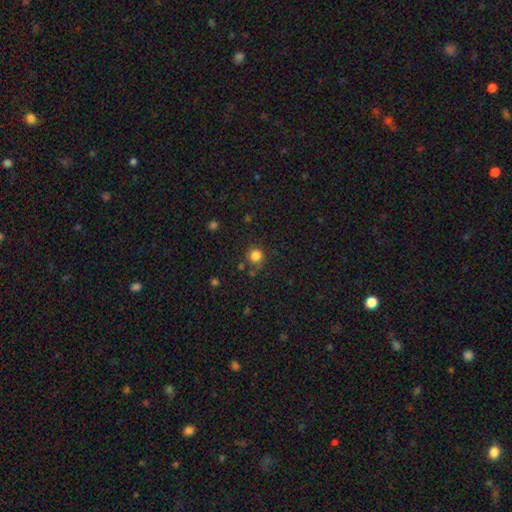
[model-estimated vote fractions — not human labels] Smooth or featured? Predicted: smooth (p=0.83). How rounded? Predicted: round (p=0.93). Merging? Predicted: none (p=0.78).